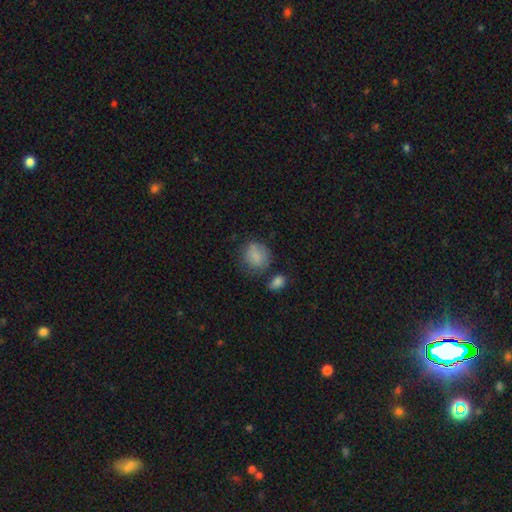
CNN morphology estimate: A smooth galaxy with no disk features (82%) that is round (75%).

Vote fractions:
- Smooth or featured? smooth: 82% / featured or disk: 9% / star or artifact: 9%
- How rounded? round: 75% / in between: 24% / cigar-shaped: 1%
- Merging? none: 59% / minor disturbance: 22% / merger: 10% / major disturbance: 9%